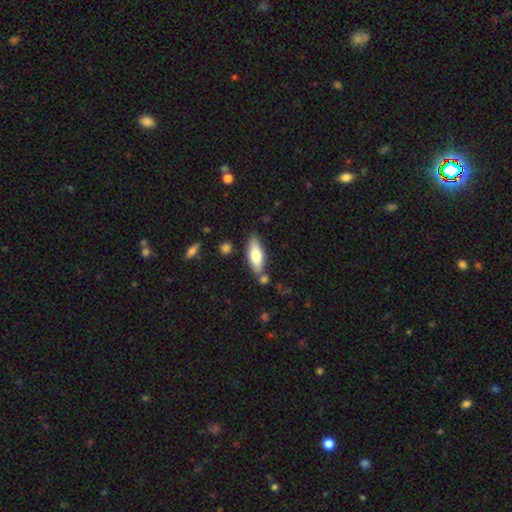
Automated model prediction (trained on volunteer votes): smooth 72%, featured or disk 22%, star or artifact 6%. Down the decision tree: how rounded — in between (61%); merging — none (76%).